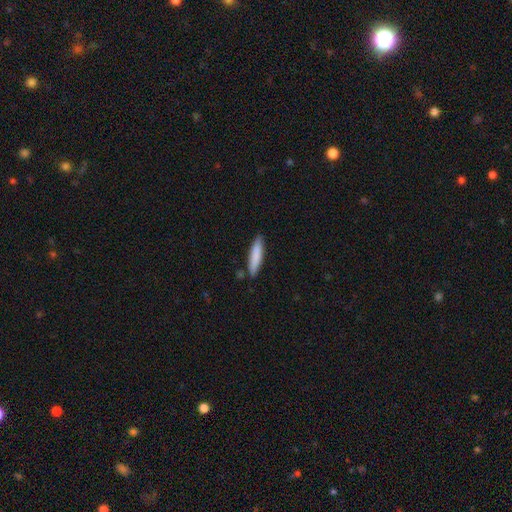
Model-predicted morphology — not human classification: The model was most divided on "how rounded": cigar-shaped: 81%, in between: 17%, round: 1%. More confident: merging — none (83%); smooth or featured — smooth (83%).